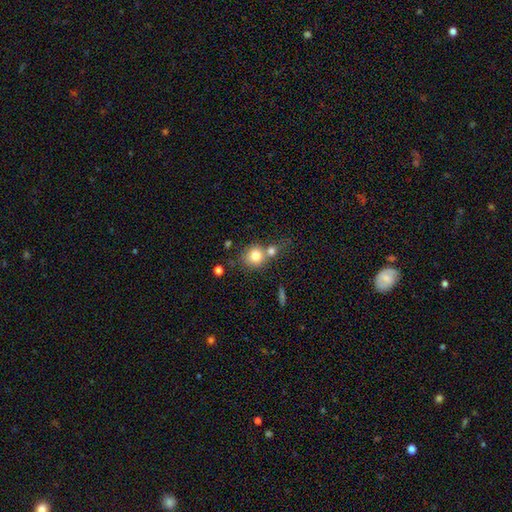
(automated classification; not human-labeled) This is likely a smooth galaxy (78%). How rounded: clearly round (82%). Merging: possibly none (46%).